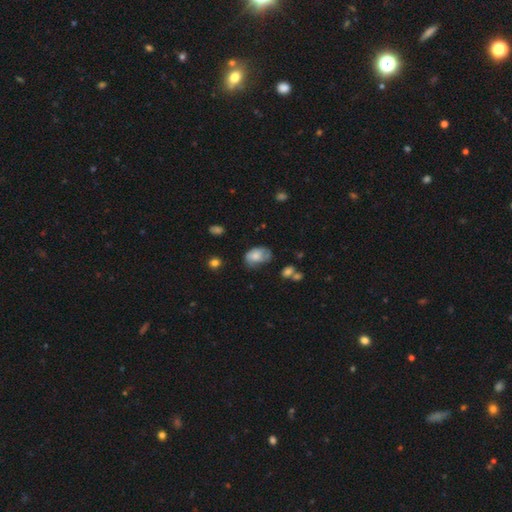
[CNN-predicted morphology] The model was most divided on "merging": none: 43%, minor disturbance: 36%, major disturbance: 18%, merger: 4%. More confident: how rounded — in between (82%); smooth or featured — smooth (67%).